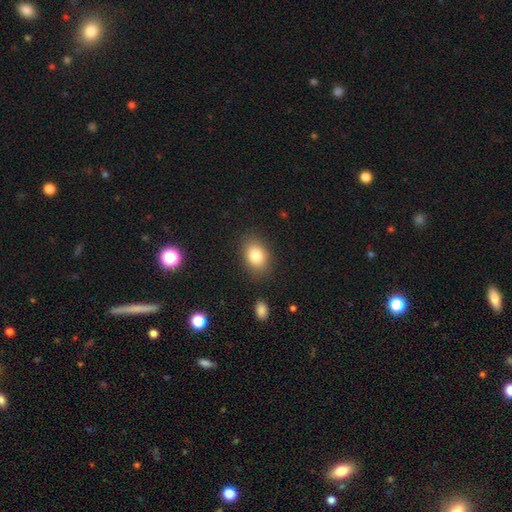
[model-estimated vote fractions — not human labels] Smooth or featured: smooth — 83% (star or artifact — 9%)
How rounded: in between — 76% (round — 23%)
Merging: none — 84% (minor disturbance — 11%)